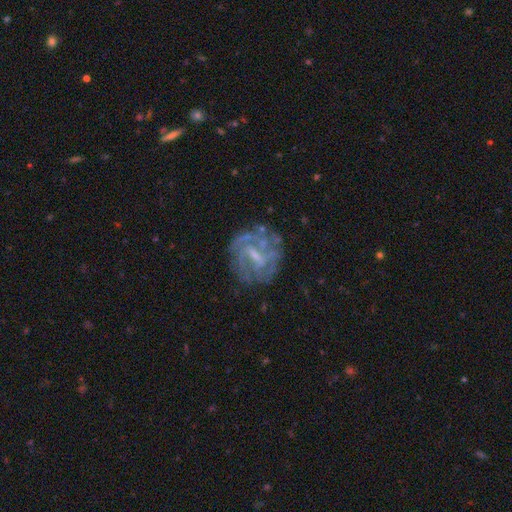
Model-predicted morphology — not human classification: Smooth or featured?
  - featured or disk: 78% *
  - smooth: 13%
  - star or artifact: 9%
Edge-on disk?
  - no: 97% *
  - yes: 3%
Bar?
  - weak: 54% *
  - strong: 24%
  - no: 22%
Spiral arms?
  - yes: 74% *
  - no: 26%
Spiral winding?
  - tight: 50% *
  - medium: 35%
  - loose: 14%
Spiral arm count?
  - can't tell: 46% *
  - 2: 20%
  - 3: 16%
  - 4: 8%
  - 1: 5%
  - more than 4: 4%
Bulge size?
  - small: 46% *
  - moderate: 28%
  - none: 23%
  - large: 2%
  - dominant: 1%
Merging?
  - none: 68% *
  - minor disturbance: 17%
  - major disturbance: 12%
  - merger: 3%